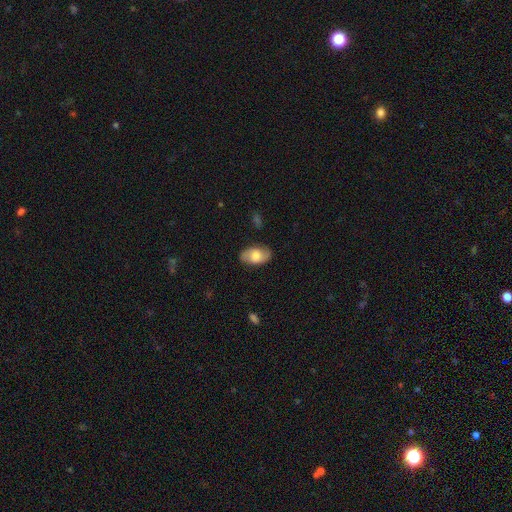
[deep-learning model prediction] Morphology: type=smooth (57%); roundness=in between (92%); merging=none (79%).